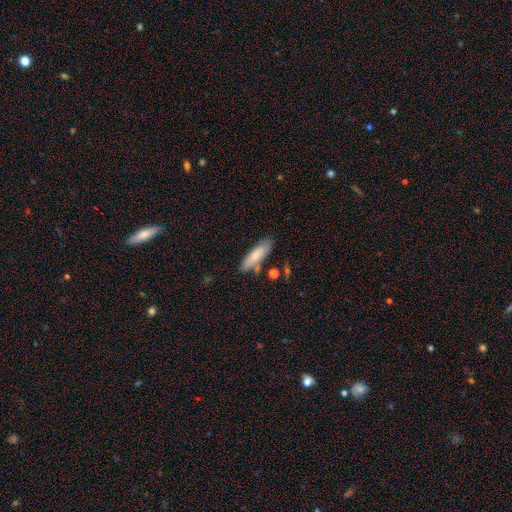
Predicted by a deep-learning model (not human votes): This is likely a smooth galaxy (72%). How rounded: possibly cigar-shaped (56%). Merging: likely none (72%).